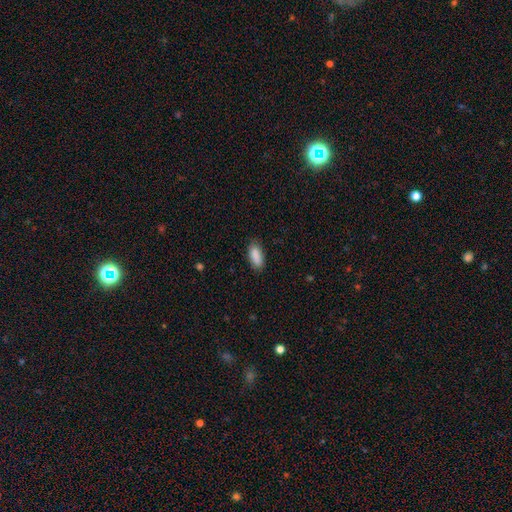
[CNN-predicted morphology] Q: Smooth or featured?
A: smooth (90%); runner-up: star or artifact (7%)
Q: How rounded?
A: in between (87%); runner-up: cigar-shaped (11%)
Q: Merging?
A: none (83%); runner-up: minor disturbance (13%)